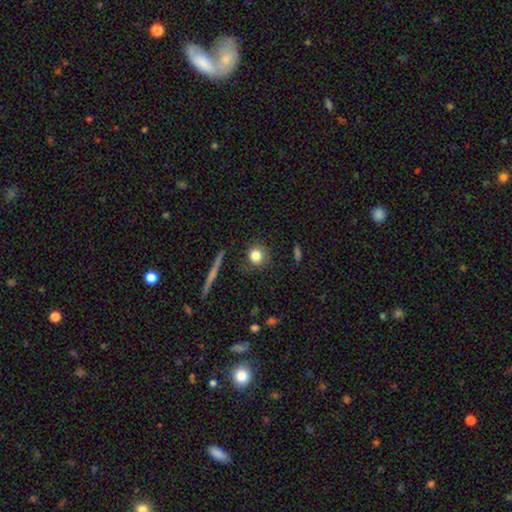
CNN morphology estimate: smooth_or_featured: smooth (p=0.81) [alt: star or artifact p=0.10]
how_rounded: round (p=0.86) [alt: in between p=0.12]
merging: none (p=0.85) [alt: minor disturbance p=0.10]